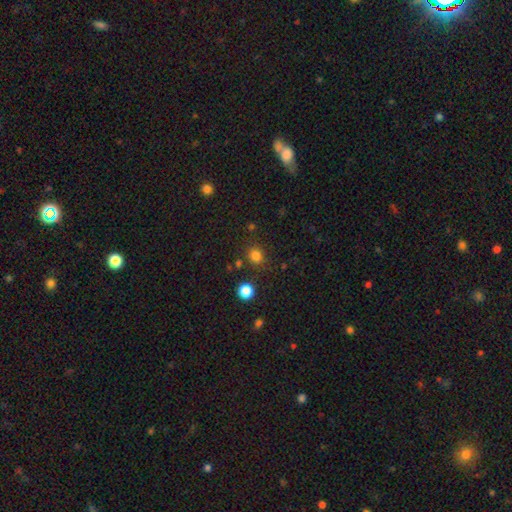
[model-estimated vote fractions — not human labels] This appears to be a smooth galaxy with no disk features (80%) that is round (79%). Merging: none (83%).